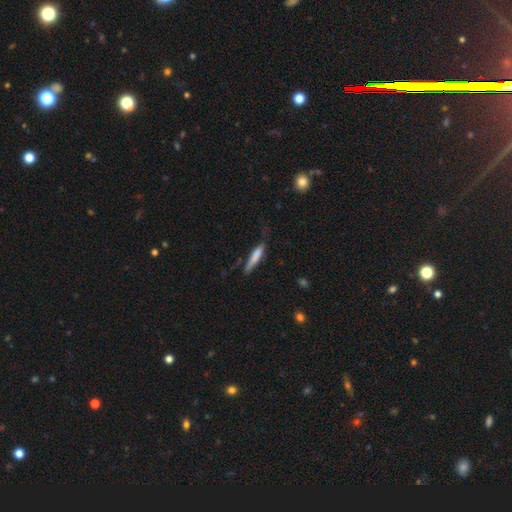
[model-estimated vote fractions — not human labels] Morphology: type=smooth (70%); roundness=cigar-shaped (88%); merging=none (57%).